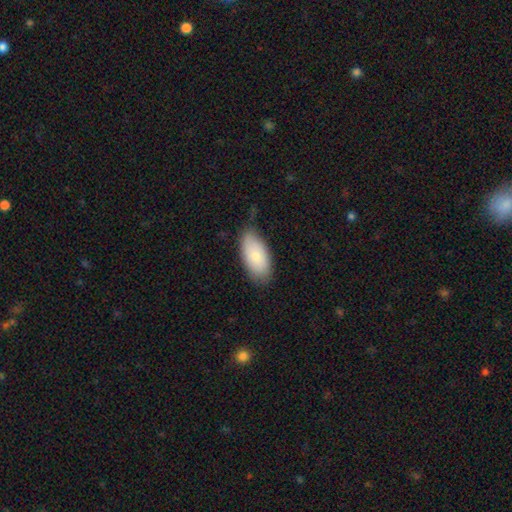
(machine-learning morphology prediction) Smooth or featured: smooth — 78% (featured or disk — 15%)
How rounded: in between — 94% (cigar-shaped — 3%)
Merging: none — 72% (minor disturbance — 22%)